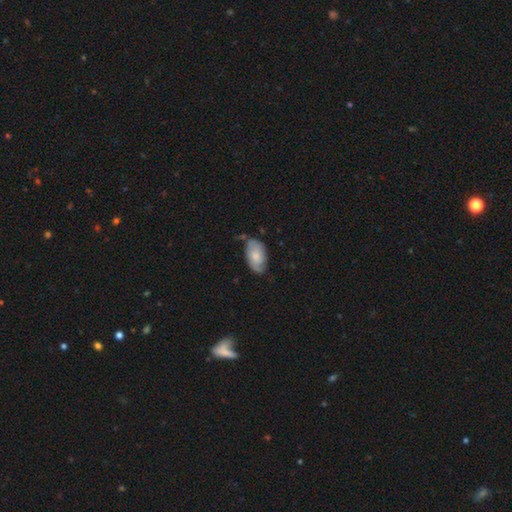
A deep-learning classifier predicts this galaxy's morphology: A smooth galaxy with no disk features (63%) that is in between round and cigar-shaped (94%). Merging: none (59%).